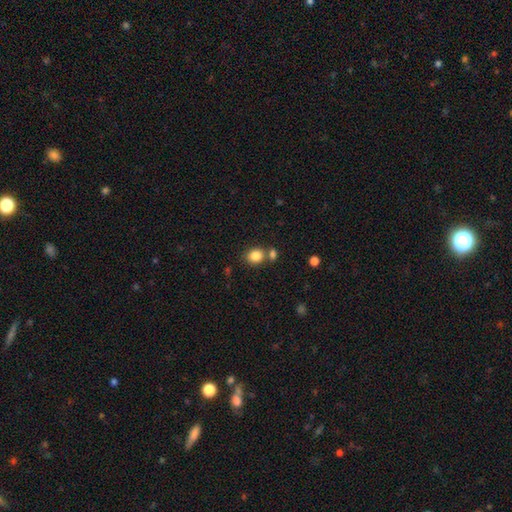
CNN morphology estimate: type=smooth (85%); roundness=round (65%); merging=none (64%).